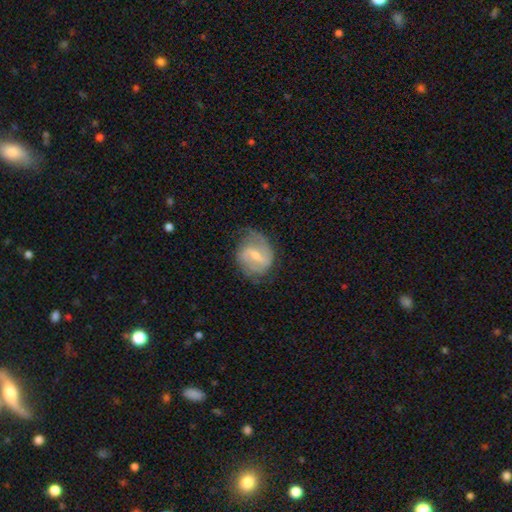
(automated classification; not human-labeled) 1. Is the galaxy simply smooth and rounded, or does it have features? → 76% featured or disk, 19% smooth, 6% star or artifact.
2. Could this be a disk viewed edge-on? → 97% no, 3% yes.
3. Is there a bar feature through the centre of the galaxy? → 49% weak, 38% strong, 13% no.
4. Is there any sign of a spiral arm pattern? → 87% yes, 13% no.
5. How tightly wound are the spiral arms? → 45% medium, 28% tight, 27% loose.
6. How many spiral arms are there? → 76% 2, 13% can't tell, 5% 1, 3% 3, 1% 4, 1% more than 4.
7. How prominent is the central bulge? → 52% small, 43% moderate, 2% none, 2% large, 1% dominant.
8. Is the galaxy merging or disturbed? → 65% none, 23% minor disturbance, 11% major disturbance, 1% merger.